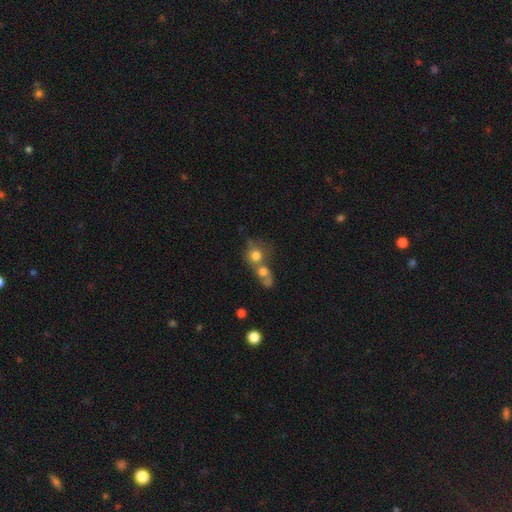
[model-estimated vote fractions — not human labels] Morphology: type=smooth (72%); roundness=round (80%); merging=merger (62%).